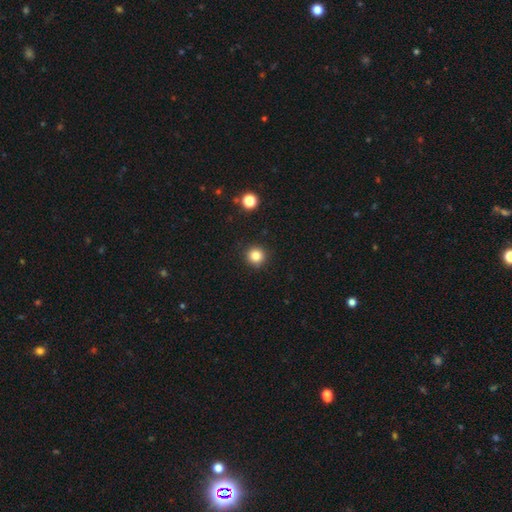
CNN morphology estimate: A smooth galaxy with no disk features (83%) that is round (95%). Merging: none (92%).